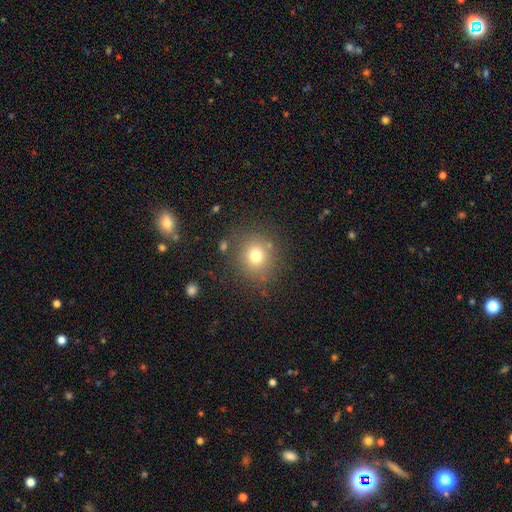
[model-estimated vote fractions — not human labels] smooth 74%, star or artifact 15%, featured or disk 10%. Down the decision tree: how rounded — round (86%); merging — none (82%).